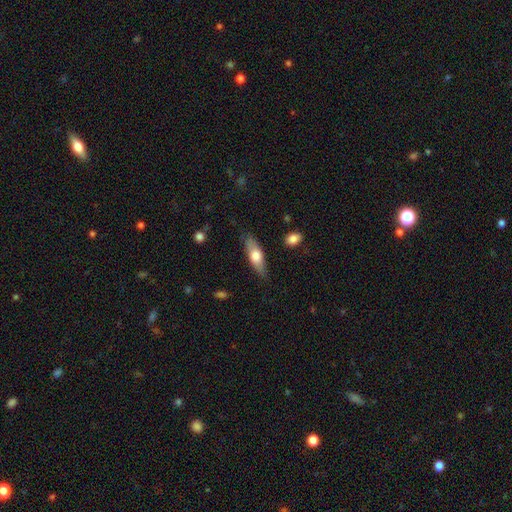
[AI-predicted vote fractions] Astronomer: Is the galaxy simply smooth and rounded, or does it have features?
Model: smooth — 61%.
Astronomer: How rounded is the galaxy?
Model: in between — 55% (runner-up: cigar-shaped, 42%).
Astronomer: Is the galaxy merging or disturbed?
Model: none — 80%.